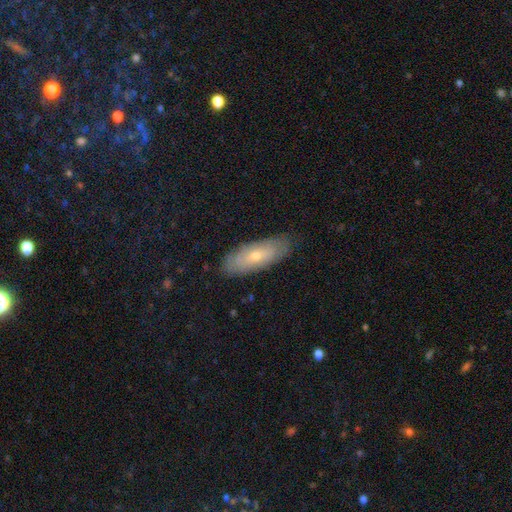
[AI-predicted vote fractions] Morphology: type=smooth (54%); roundness=in between (67%); merging=none (83%).